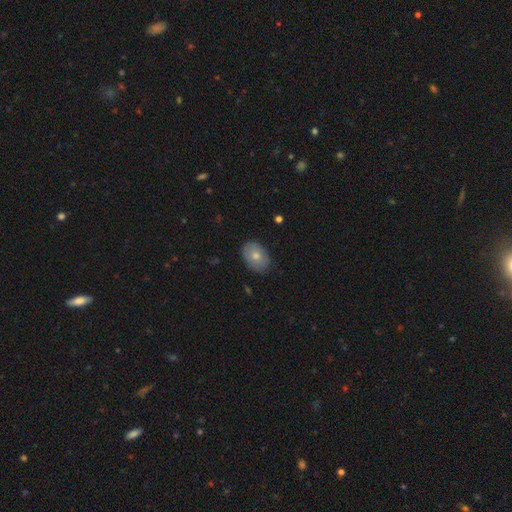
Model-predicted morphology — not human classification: Smooth or featured? smooth (76%)
How rounded? in between (80%)
Merging? none (85%)